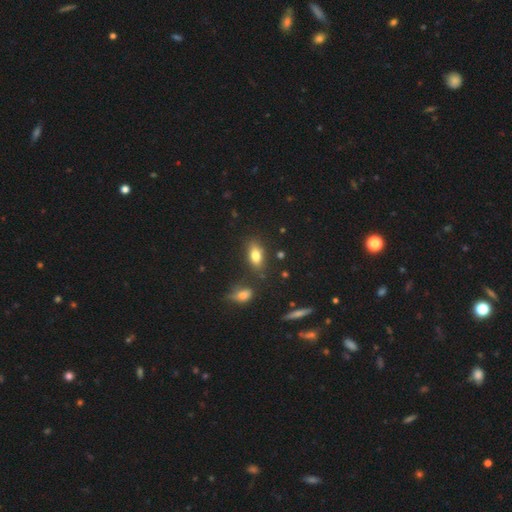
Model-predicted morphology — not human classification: Smooth or featured?
  - smooth: 78% *
  - featured or disk: 13%
  - star or artifact: 9%
How rounded?
  - in between: 83% *
  - cigar-shaped: 10%
  - round: 6%
Merging?
  - none: 76% *
  - minor disturbance: 13%
  - merger: 7%
  - major disturbance: 4%